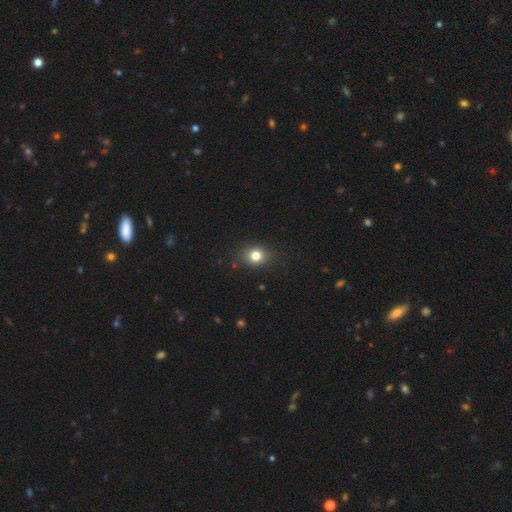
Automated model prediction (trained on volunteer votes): Q: Smooth or featured?
A: smooth (80%); runner-up: star or artifact (12%)
Q: How rounded?
A: round (57%); runner-up: in between (42%)
Q: Merging?
A: none (84%); runner-up: minor disturbance (12%)